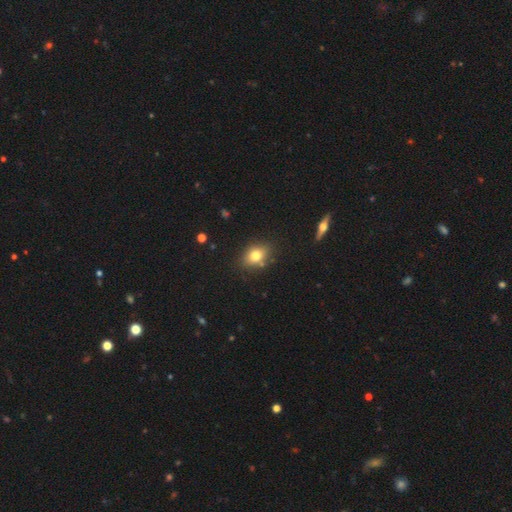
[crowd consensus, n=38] This is likely a smooth galaxy (66%). How rounded: likely in between (76%). Merging: clearly none (80%).